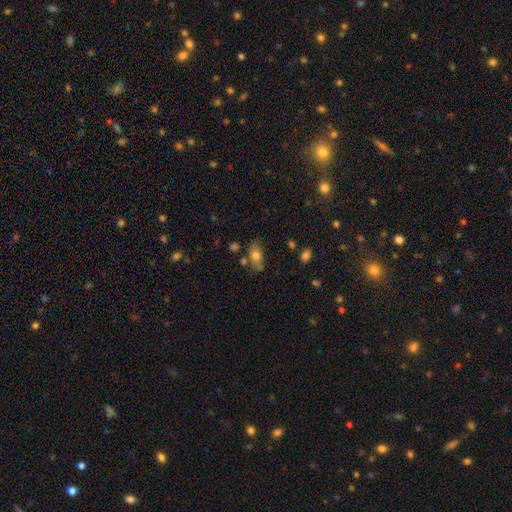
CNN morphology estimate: Smooth or featured?
  - smooth: 69% *
  - featured or disk: 22%
  - star or artifact: 9%
How rounded?
  - in between: 83% *
  - round: 10%
  - cigar-shaped: 8%
Merging?
  - none: 63% *
  - minor disturbance: 21%
  - merger: 10%
  - major disturbance: 6%